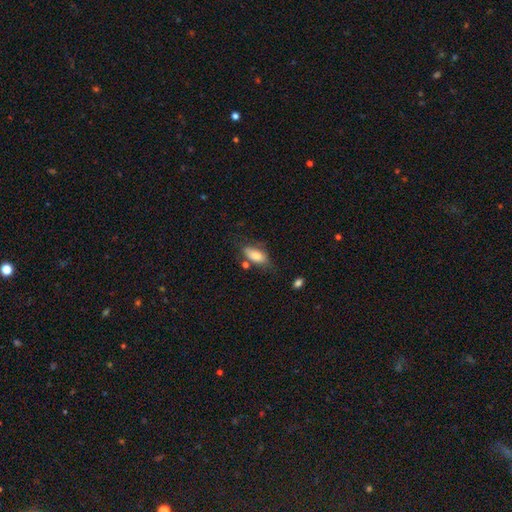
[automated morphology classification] Smooth or featured?
  - smooth: 79% *
  - featured or disk: 14%
  - star or artifact: 7%
How rounded?
  - in between: 84% *
  - cigar-shaped: 13%
  - round: 3%
Merging?
  - none: 63% *
  - minor disturbance: 22%
  - merger: 9%
  - major disturbance: 7%